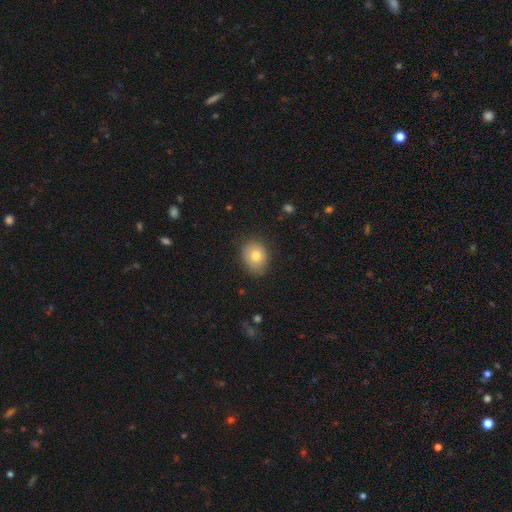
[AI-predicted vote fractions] Overall: smooth (78%). How rounded: round (54%; in between 45%). Merging: none (80%).